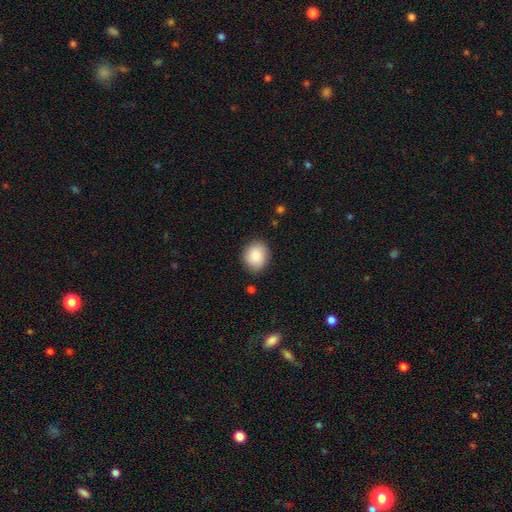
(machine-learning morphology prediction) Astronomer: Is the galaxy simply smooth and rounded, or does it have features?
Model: smooth — 87%.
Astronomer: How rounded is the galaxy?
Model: round — 65%.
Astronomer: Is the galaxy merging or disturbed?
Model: none — 84%.